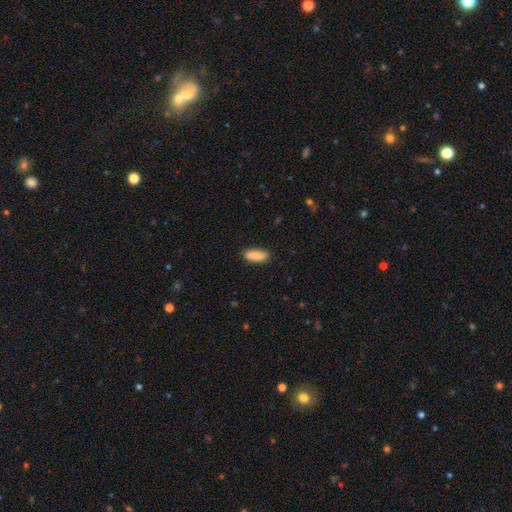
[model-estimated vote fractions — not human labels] Morphology: type=smooth (83%); roundness=in between (76%); merging=none (82%).